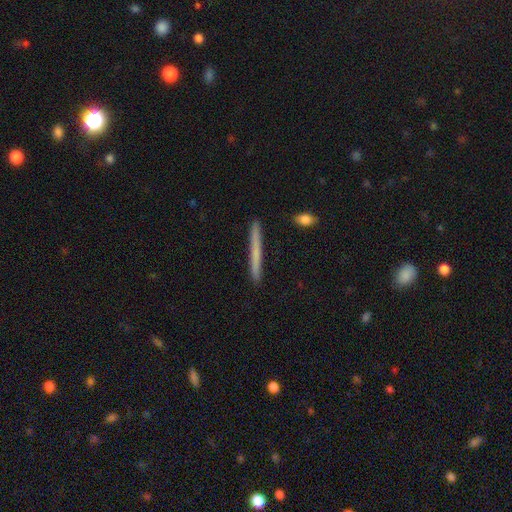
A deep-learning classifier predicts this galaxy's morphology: A smooth galaxy with no disk features (61%) that is cigar-shaped (97%). Merging: none (92%).